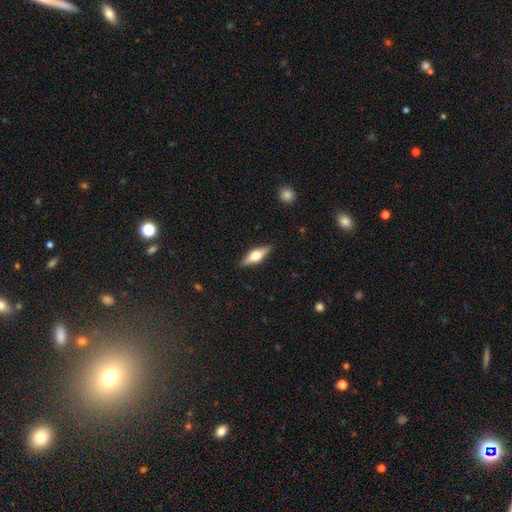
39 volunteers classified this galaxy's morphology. Smooth or featured?
  - featured or disk: 56% *
  - smooth: 41%
  - star or artifact: 3%
Edge-on disk?
  - yes: 95% *
  - no: 5%
Edge-on bulge?
  - rounded: 100% *
  - boxy: 0%
  - none: 0%
Merging?
  - none: 92% *
  - minor disturbance: 5%
  - major disturbance: 3%
  - merger: 0%